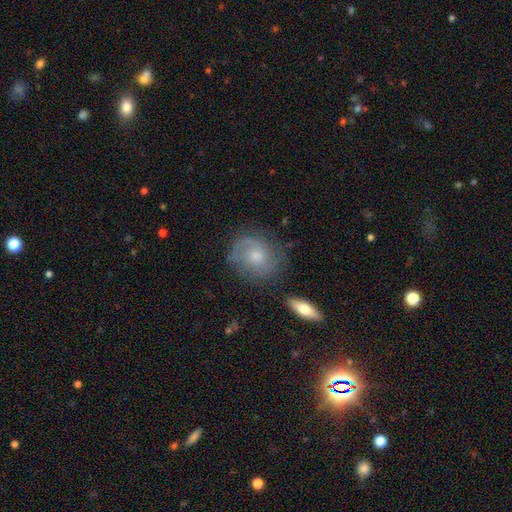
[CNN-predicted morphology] Overall: featured or disk (64%; smooth 28%). Edge-on disk: no (96%). Bar: no (74%). Spiral arms: yes (88%). Spiral arm count: 2 (57%; can't tell 24%). Spiral winding: tight (47%; medium 38%). Bulge size: moderate (45%; small 44%). Merging: none (72%).